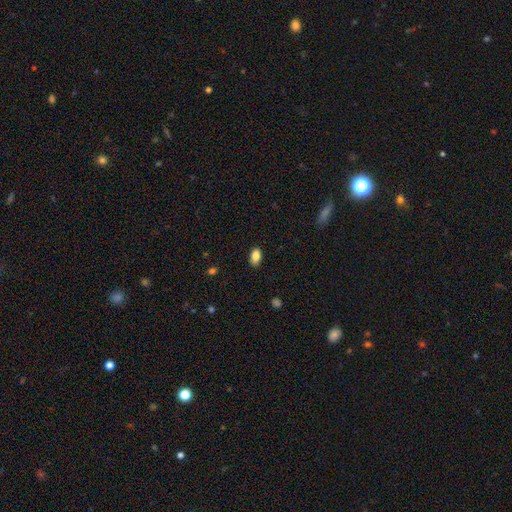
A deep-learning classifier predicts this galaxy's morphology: type=smooth (86%); roundness=in between (90%); merging=none (85%).